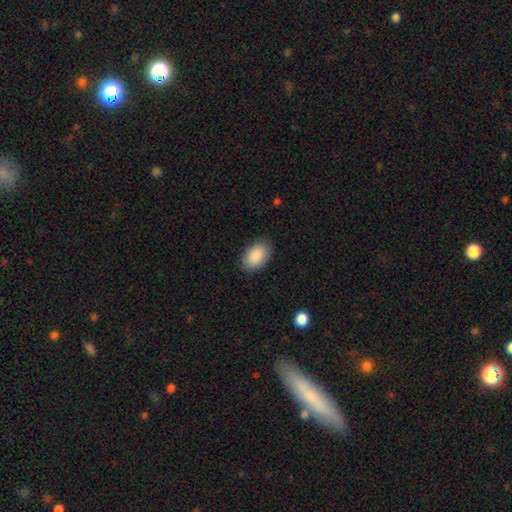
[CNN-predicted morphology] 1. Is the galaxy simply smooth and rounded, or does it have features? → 90% smooth, 6% star or artifact, 4% featured or disk.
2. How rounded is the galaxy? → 93% in between, 6% round, 1% cigar-shaped.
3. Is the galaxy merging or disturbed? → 86% none, 10% minor disturbance, 3% major disturbance, 1% merger.